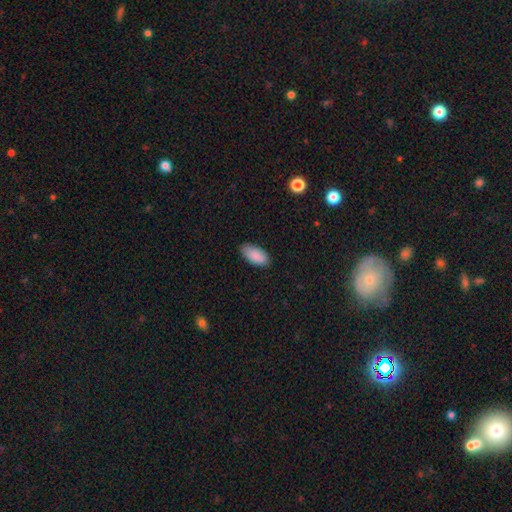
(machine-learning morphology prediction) Smooth or featured: smooth — 90% (star or artifact — 7%)
How rounded: in between — 93% (cigar-shaped — 5%)
Merging: none — 84% (minor disturbance — 13%)